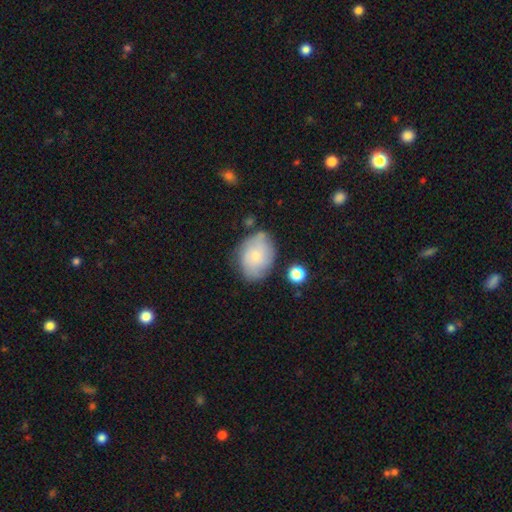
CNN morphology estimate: Q: Smooth or featured?
A: smooth (64%); runner-up: featured or disk (29%)
Q: How rounded?
A: in between (71%); runner-up: round (28%)
Q: Merging?
A: none (66%); runner-up: minor disturbance (23%)